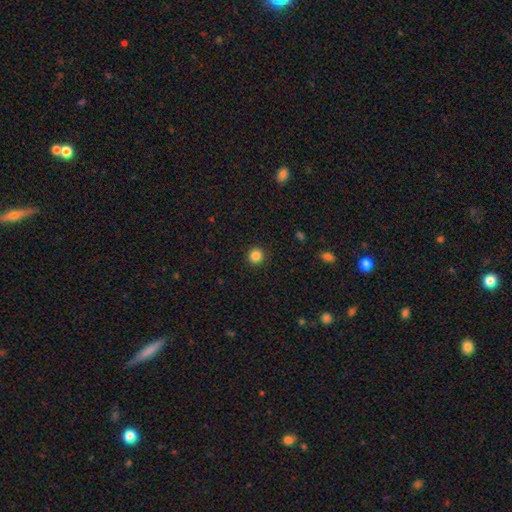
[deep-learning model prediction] Smooth or featured: smooth — 85% (star or artifact — 11%)
How rounded: round — 94% (in between — 5%)
Merging: none — 92% (minor disturbance — 5%)